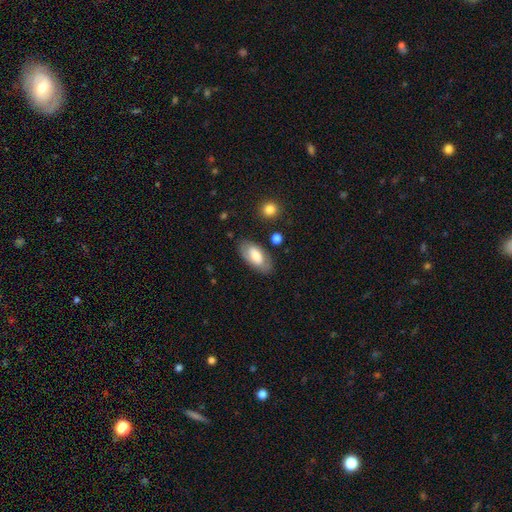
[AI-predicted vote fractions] Smooth or featured? smooth (58%)
How rounded? in between (92%)
Merging? none (80%)